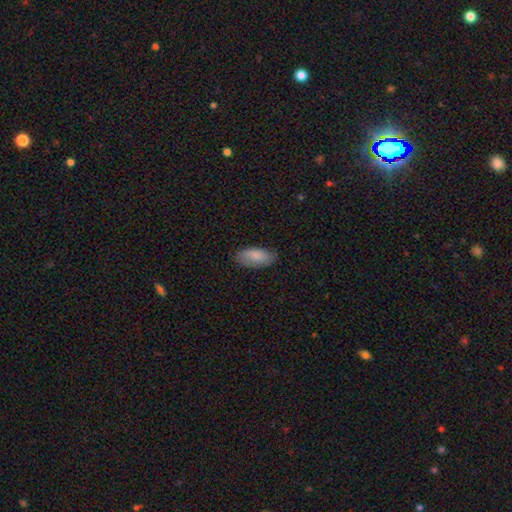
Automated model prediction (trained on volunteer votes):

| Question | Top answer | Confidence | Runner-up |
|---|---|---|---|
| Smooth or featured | smooth | 84% | featured or disk (10%) |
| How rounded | in between | 89% | cigar-shaped (9%) |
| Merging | none | 81% | minor disturbance (15%) |